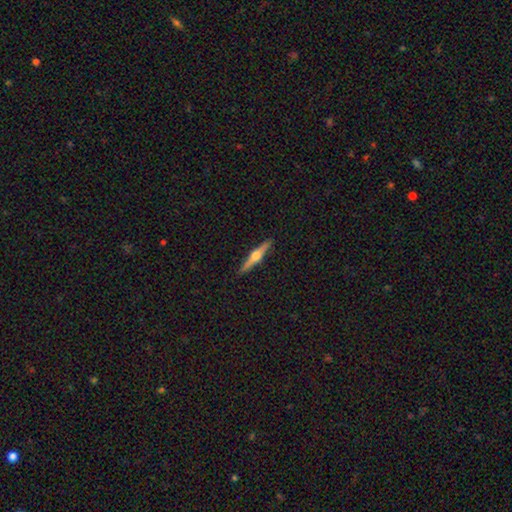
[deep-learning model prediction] The model was most divided on "smooth or featured": featured or disk: 73%, smooth: 21%, star or artifact: 6%. More confident: edge-on disk — yes (98%); edge-on bulge — rounded (93%); merging — none (91%).